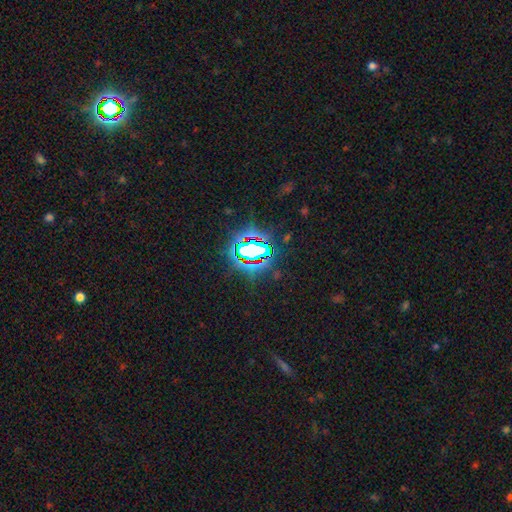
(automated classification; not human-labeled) The model was most divided on "smooth or featured": star or artifact: 71%, smooth: 17%, featured or disk: 12%.